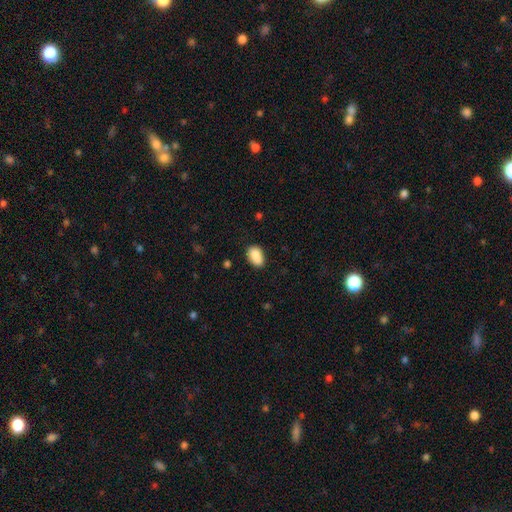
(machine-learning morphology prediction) smooth 87%, star or artifact 8%, featured or disk 5%. Down the decision tree: how rounded — in between (88%); merging — none (71%).